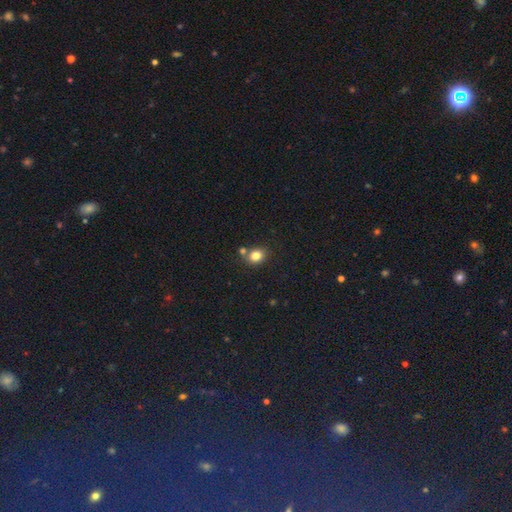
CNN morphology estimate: Smooth or featured?
  - smooth: 82% *
  - star or artifact: 11%
  - featured or disk: 7%
How rounded?
  - round: 58% *
  - in between: 41%
  - cigar-shaped: 1%
Merging?
  - none: 66% *
  - merger: 20%
  - minor disturbance: 11%
  - major disturbance: 3%